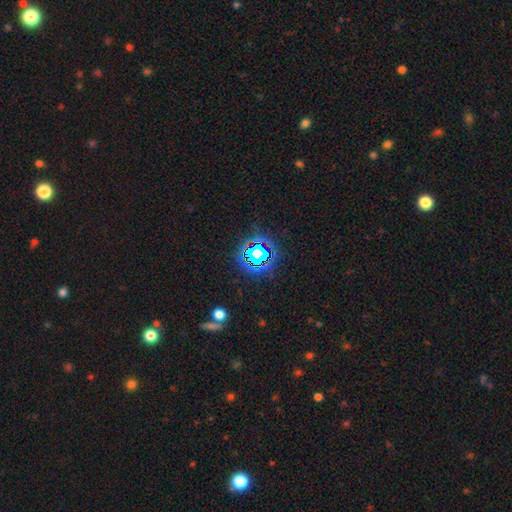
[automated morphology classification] This appears to be a star or artifact, not a galaxy (77%).